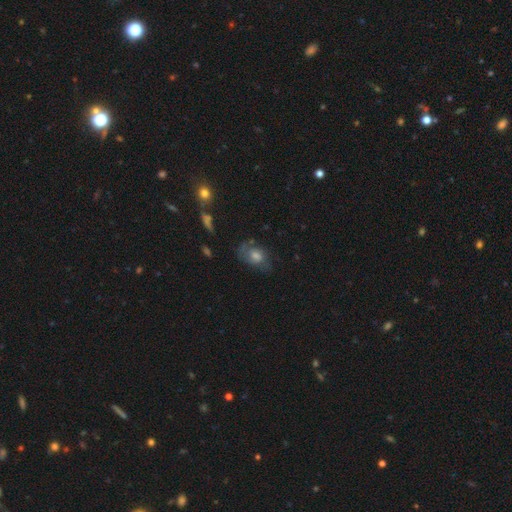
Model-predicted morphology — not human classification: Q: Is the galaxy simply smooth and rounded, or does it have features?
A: featured or disk — 46%.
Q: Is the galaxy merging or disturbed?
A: none — 60%.